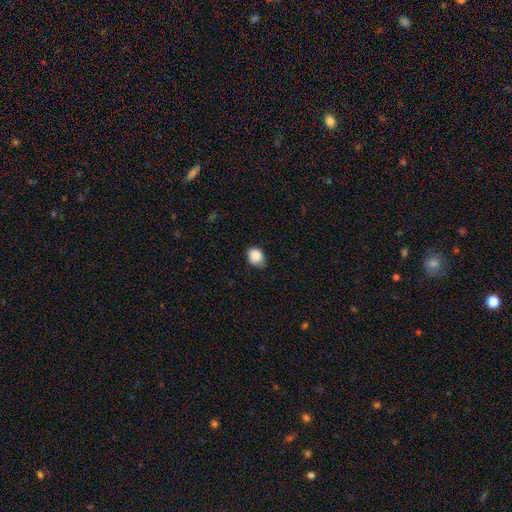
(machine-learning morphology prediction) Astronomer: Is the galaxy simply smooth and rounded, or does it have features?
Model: smooth — 87%.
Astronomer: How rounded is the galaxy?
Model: round — 51% (runner-up: in between, 48%).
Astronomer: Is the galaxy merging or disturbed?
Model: none — 56% (runner-up: minor disturbance, 36%).